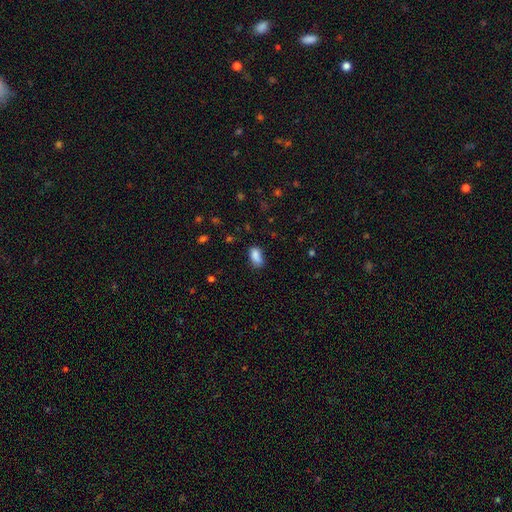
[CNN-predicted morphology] A smooth galaxy with no disk features (86%) that is in between round and cigar-shaped (90%).

Vote fractions:
- Smooth or featured? smooth: 86% / star or artifact: 9% / featured or disk: 5%
- How rounded? in between: 90% / round: 6% / cigar-shaped: 4%
- Merging? none: 63% / minor disturbance: 26% / major disturbance: 6% / merger: 4%